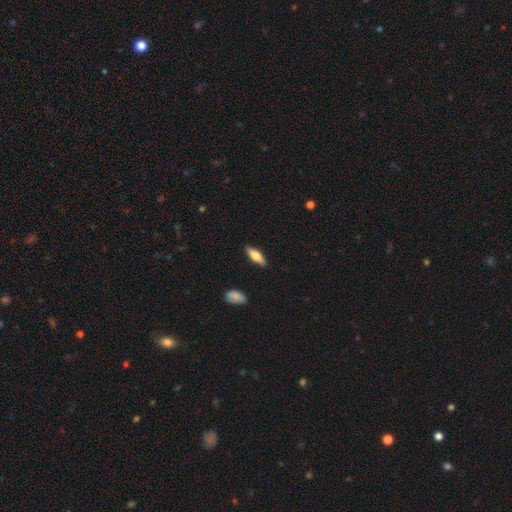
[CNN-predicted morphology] smooth_or_featured: smooth (p=0.65) [alt: featured or disk p=0.29]
how_rounded: in between (p=0.58) [alt: cigar-shaped p=0.40]
merging: none (p=0.88) [alt: minor disturbance p=0.09]